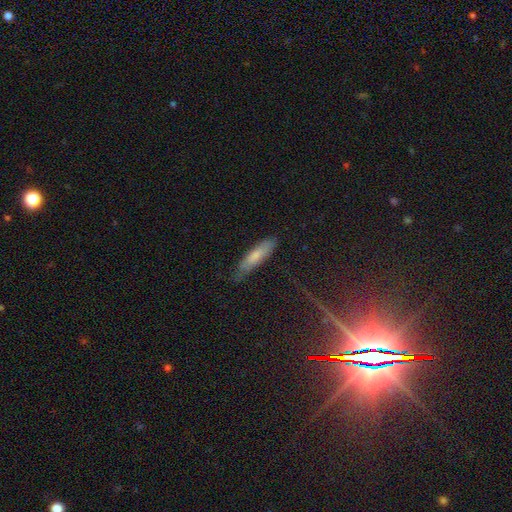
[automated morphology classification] smooth_or_featured: smooth (p=0.70) [alt: featured or disk p=0.22]
how_rounded: cigar-shaped (p=0.72) [alt: in between p=0.26]
merging: none (p=0.72) [alt: minor disturbance p=0.22]